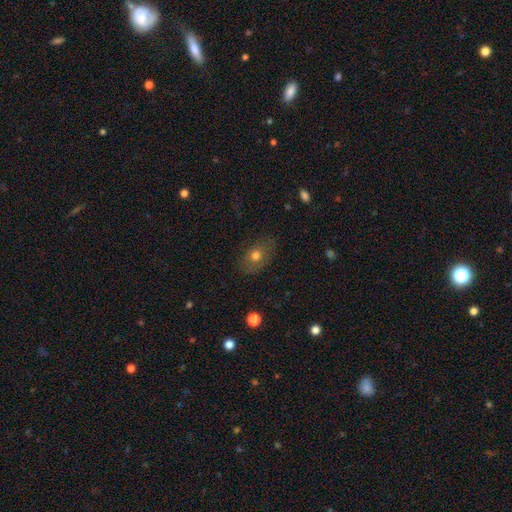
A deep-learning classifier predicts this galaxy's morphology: A smooth galaxy with no disk features (65%) that is in between round and cigar-shaped (76%).

Vote fractions:
- Smooth or featured? smooth: 65% / featured or disk: 24% / star or artifact: 10%
- How rounded? in between: 76% / round: 22% / cigar-shaped: 2%
- Merging? none: 76% / minor disturbance: 16% / major disturbance: 6% / merger: 1%